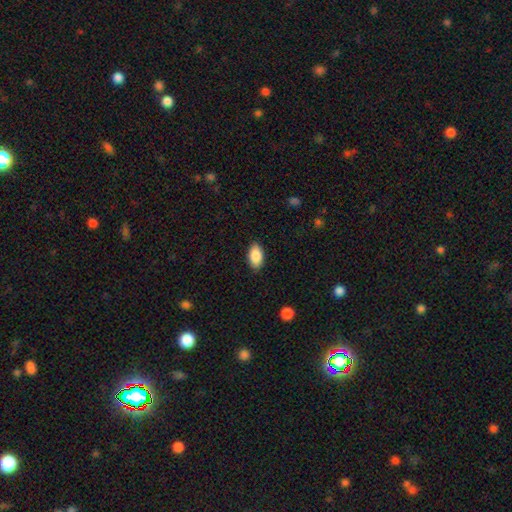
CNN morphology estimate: Smooth or featured? smooth (89%)
How rounded? in between (94%)
Merging? none (88%)